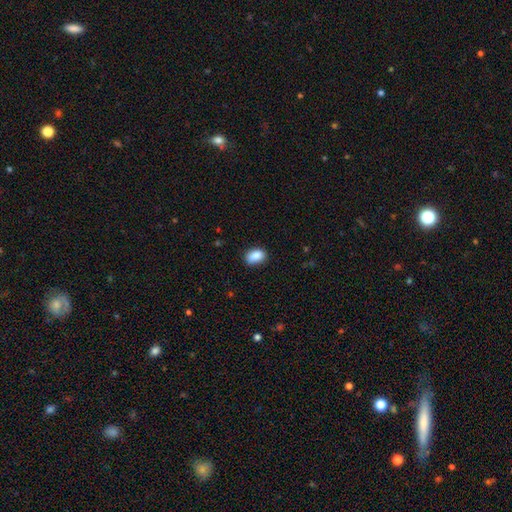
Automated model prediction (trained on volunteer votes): Morphology: type=smooth (87%); roundness=in between (84%); merging=none (81%).